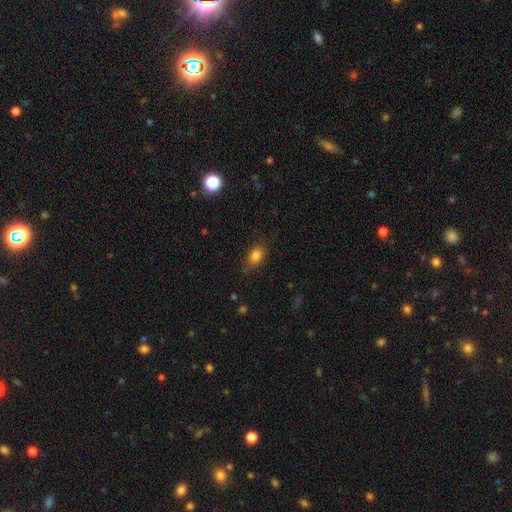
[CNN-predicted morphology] Smooth or featured? smooth (83%)
How rounded? in between (78%)
Merging? none (78%)